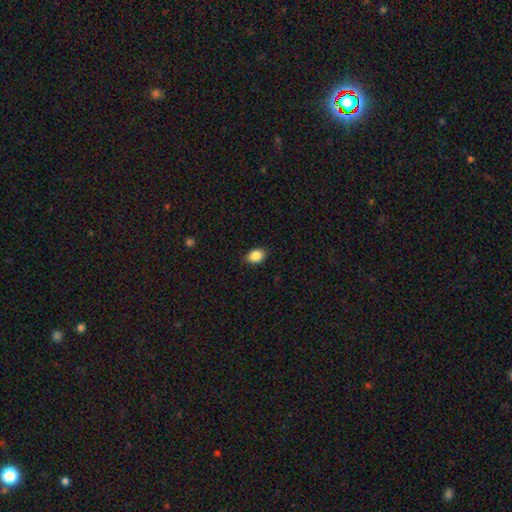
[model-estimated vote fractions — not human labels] Overall: smooth (87%). How rounded: in between (70%). Merging: none (86%).